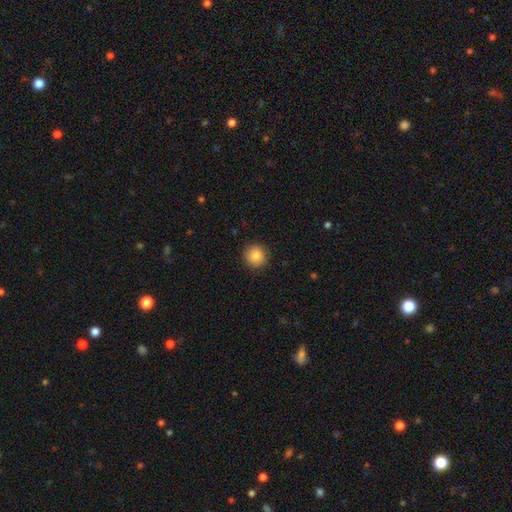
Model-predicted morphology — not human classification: smooth_or_featured: smooth (p=0.87) [alt: star or artifact p=0.09]
how_rounded: round (p=0.93) [alt: in between p=0.06]
merging: none (p=0.91) [alt: minor disturbance p=0.06]